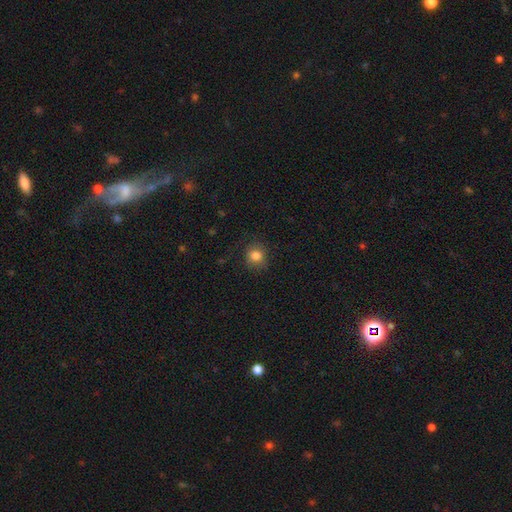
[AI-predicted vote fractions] Q: Smooth or featured?
A: smooth (84%); runner-up: star or artifact (11%)
Q: How rounded?
A: round (83%); runner-up: in between (16%)
Q: Merging?
A: none (83%); runner-up: minor disturbance (12%)